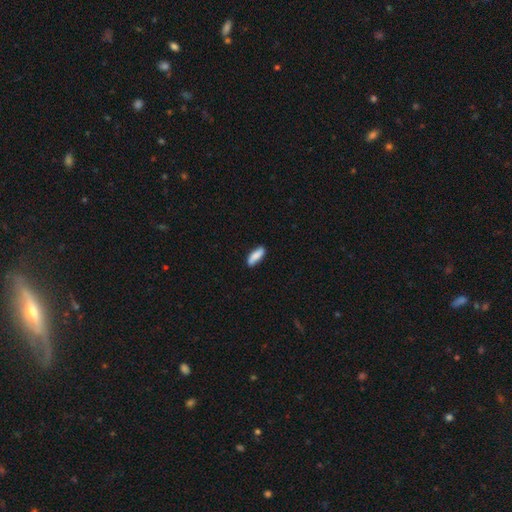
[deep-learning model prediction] Smooth or featured?
  - smooth: 82% *
  - featured or disk: 12%
  - star or artifact: 6%
How rounded?
  - in between: 56% *
  - cigar-shaped: 41%
  - round: 2%
Merging?
  - none: 84% *
  - minor disturbance: 12%
  - major disturbance: 2%
  - merger: 1%